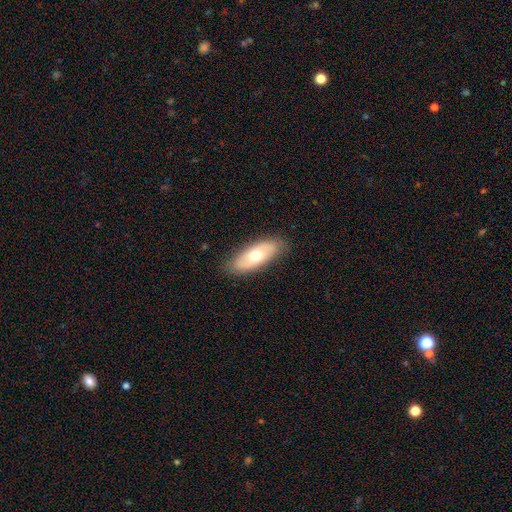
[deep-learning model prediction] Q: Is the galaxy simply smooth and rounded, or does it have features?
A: smooth — 57%.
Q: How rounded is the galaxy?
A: in between — 79%.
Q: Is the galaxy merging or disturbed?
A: none — 84%.